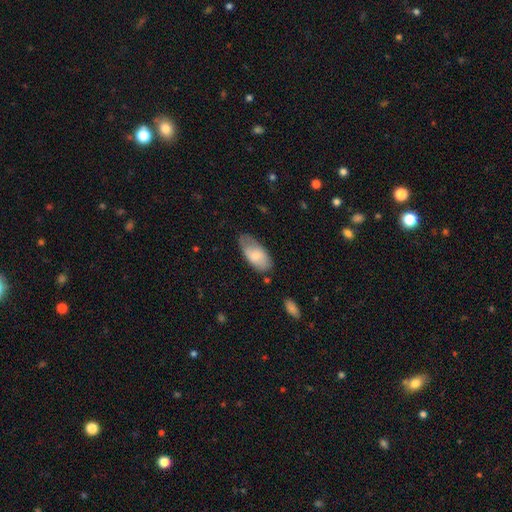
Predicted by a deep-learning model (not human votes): Smooth or featured? Predicted: smooth (p=0.72). How rounded? Predicted: in between (p=0.92). Merging? Predicted: none (p=0.61).